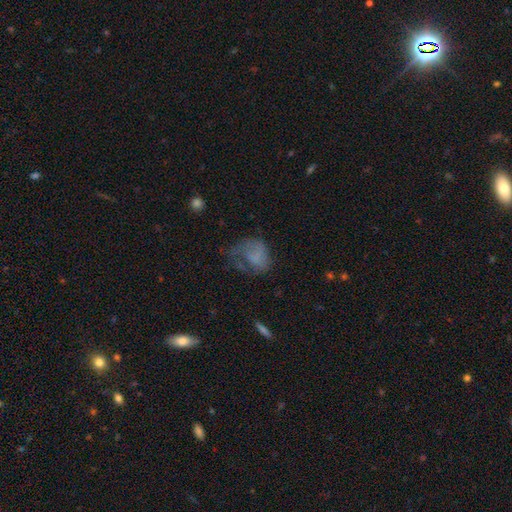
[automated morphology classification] A smooth galaxy with no disk features (56%) that is in between round and cigar-shaped (60%).

Vote fractions:
- Smooth or featured? smooth: 56% / featured or disk: 32% / star or artifact: 12%
- How rounded? in between: 60% / round: 38% / cigar-shaped: 1%
- Merging? major disturbance: 46% / none: 27% / minor disturbance: 24% / merger: 3%